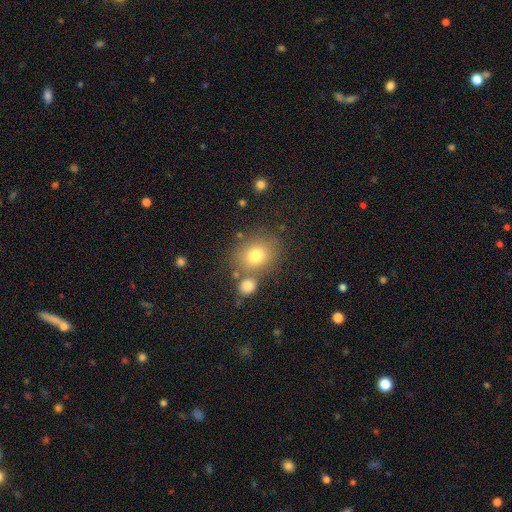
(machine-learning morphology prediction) smooth 75%, featured or disk 13%, star or artifact 12%. Down the decision tree: how rounded — round (62%); merging — none (66%).